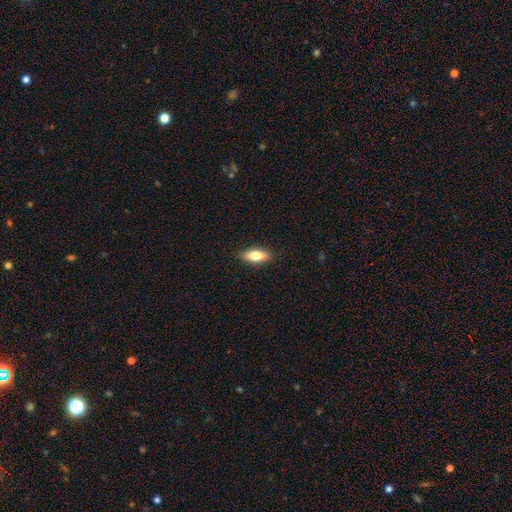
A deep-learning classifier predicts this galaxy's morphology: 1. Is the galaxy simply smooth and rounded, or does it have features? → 73% smooth, 20% featured or disk, 7% star or artifact.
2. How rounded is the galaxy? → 78% in between, 19% cigar-shaped, 3% round.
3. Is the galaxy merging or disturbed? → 86% none, 10% minor disturbance, 2% major disturbance, 1% merger.